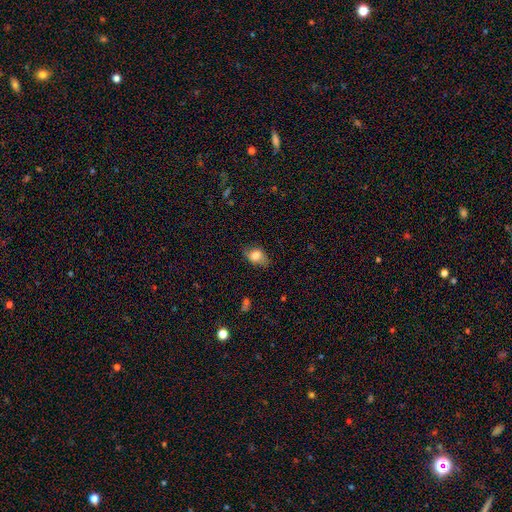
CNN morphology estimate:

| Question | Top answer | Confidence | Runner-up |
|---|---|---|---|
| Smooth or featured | smooth | 75% | featured or disk (16%) |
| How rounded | in between | 79% | round (19%) |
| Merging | none | 73% | minor disturbance (21%) |